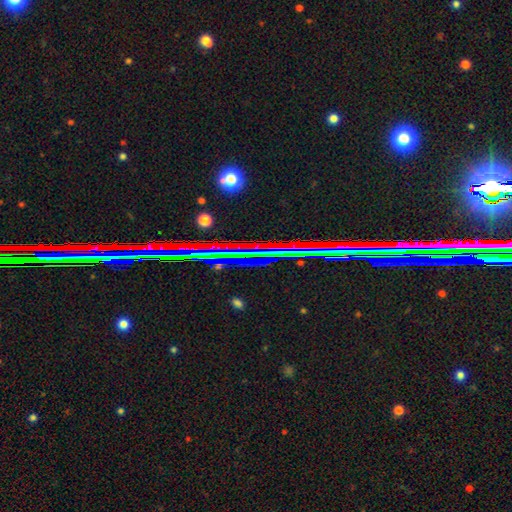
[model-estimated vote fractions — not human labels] Smooth or featured: star or artifact — 75% (featured or disk — 14%)